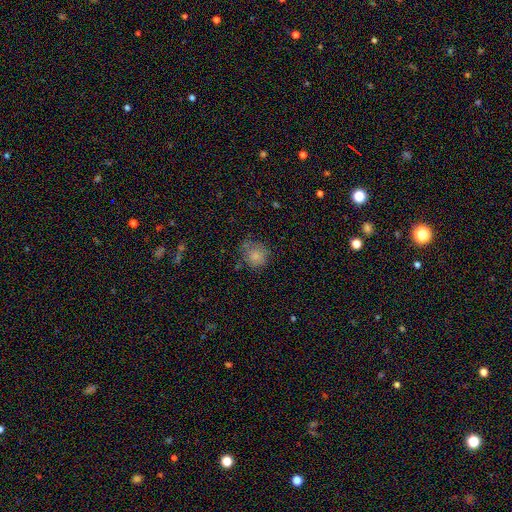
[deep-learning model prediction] smooth-or-featured: smooth: 80% | star or artifact: 11% | featured or disk: 9%
  how-rounded: round: 79% | in between: 20% | cigar-shaped: 1%
  merging: none: 61% | minor disturbance: 25% | major disturbance: 9% | merger: 5%